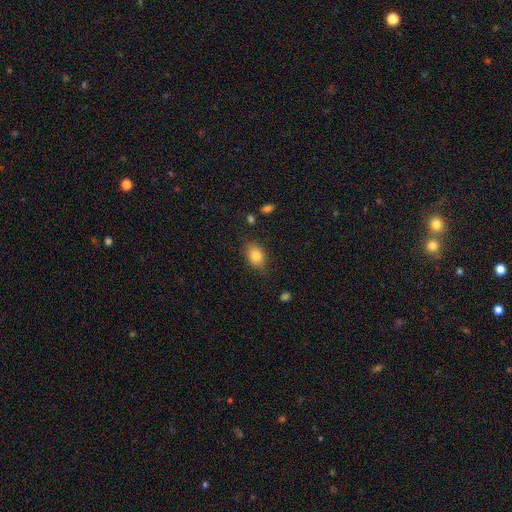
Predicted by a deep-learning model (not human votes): Smooth or featured? smooth (84%)
How rounded? in between (73%)
Merging? none (76%)